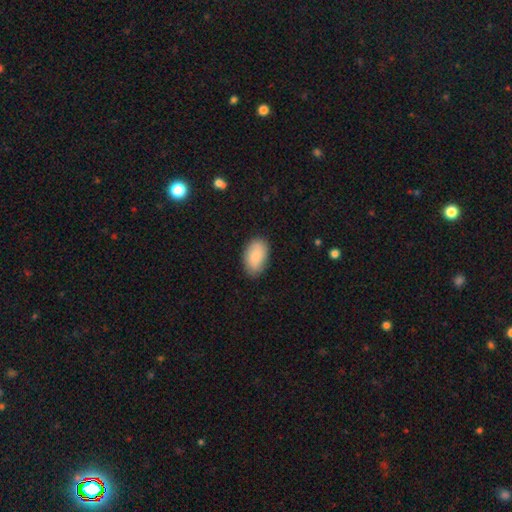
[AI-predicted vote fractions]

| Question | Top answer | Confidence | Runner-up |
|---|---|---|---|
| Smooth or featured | smooth | 84% | featured or disk (10%) |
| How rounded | in between | 93% | round (5%) |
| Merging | none | 84% | minor disturbance (13%) |